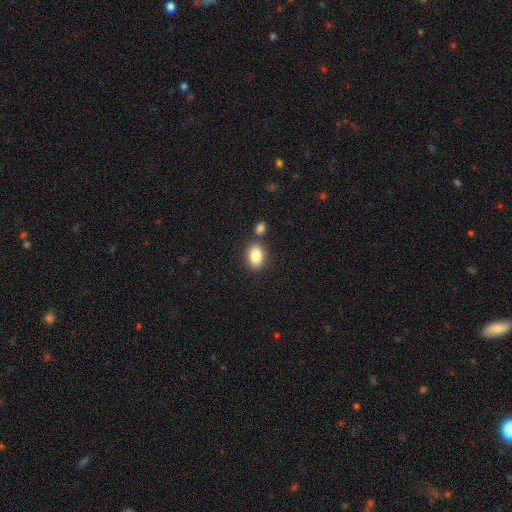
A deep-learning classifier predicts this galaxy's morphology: A smooth galaxy with no disk features (86%) that is in between round and cigar-shaped (82%).

Vote fractions:
- Smooth or featured? smooth: 86% / star or artifact: 8% / featured or disk: 7%
- How rounded? in between: 82% / round: 17% / cigar-shaped: 1%
- Merging? none: 71% / merger: 15% / minor disturbance: 11% / major disturbance: 3%